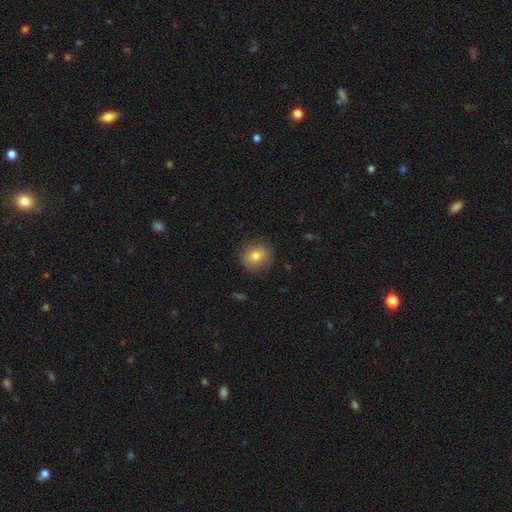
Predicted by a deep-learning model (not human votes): Smooth or featured?
  - smooth: 77% *
  - featured or disk: 13%
  - star or artifact: 9%
How rounded?
  - round: 83% *
  - in between: 16%
  - cigar-shaped: 1%
Merging?
  - none: 84% *
  - minor disturbance: 12%
  - major disturbance: 3%
  - merger: 1%